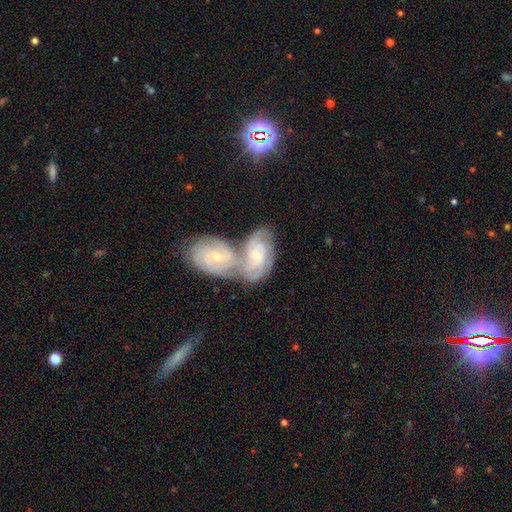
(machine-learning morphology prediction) type=featured or disk (80%); edge-on=no (95%); bar=no (61%); spiral arms=yes (96%); winding=tight (64%); arm count=can't tell (31%, tied with 3); bulge=small (67%); merging=merger (74%).